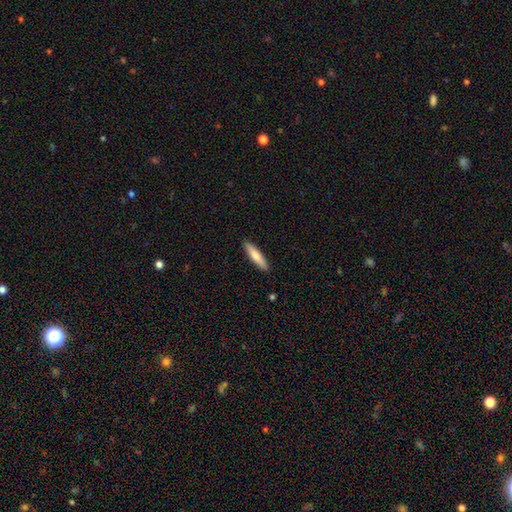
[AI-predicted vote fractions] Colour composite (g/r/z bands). It shows a smooth galaxy with no disk features (73%) that is cigar-shaped (79%). Merging: none (90%).